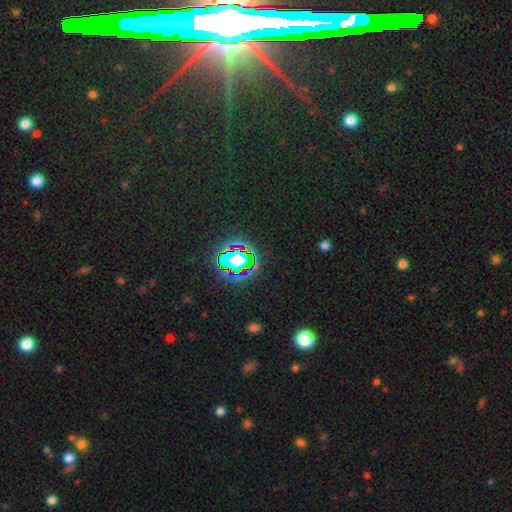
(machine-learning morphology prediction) Smooth or featured: star or artifact — 72% (featured or disk — 15%)